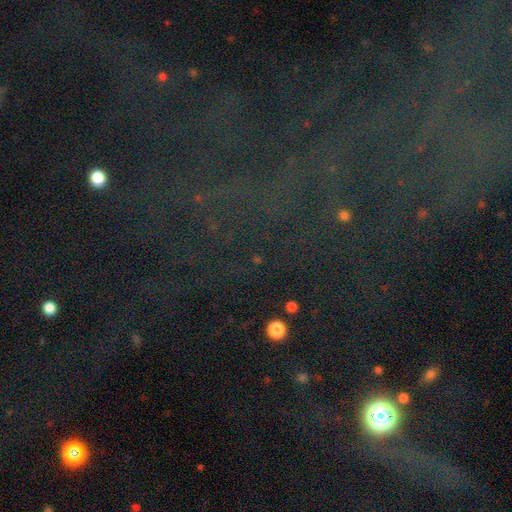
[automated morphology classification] This appears to be a star or artifact, not a galaxy (72%).